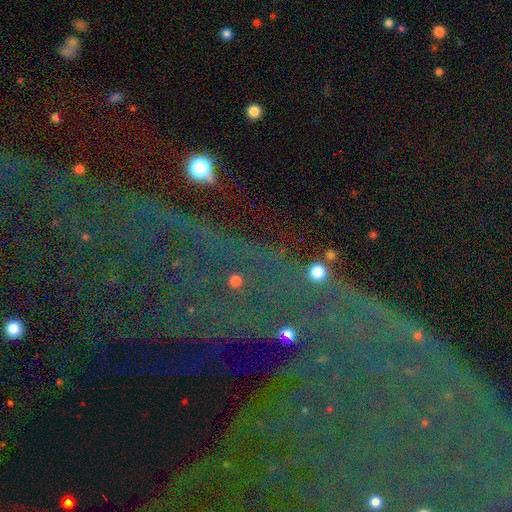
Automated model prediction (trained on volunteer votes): This appears to be a star or artifact, not a galaxy (81%).